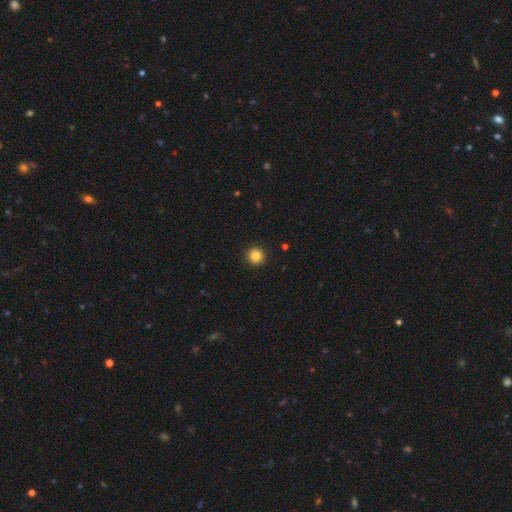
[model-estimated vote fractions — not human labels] This appears to be a smooth galaxy with no disk features (85%) that is round (95%). Merging: none (93%).